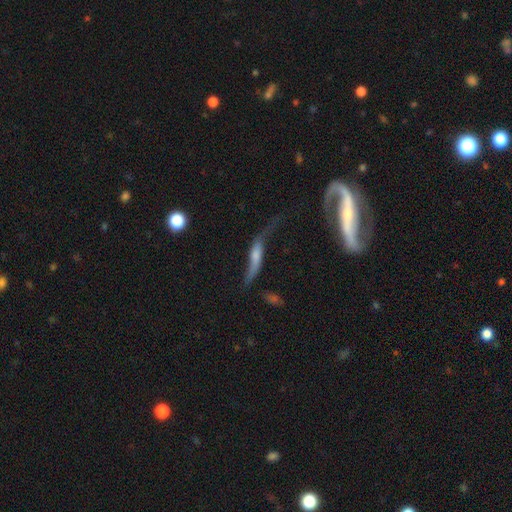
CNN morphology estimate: A featured or disk galaxy (59%).

Vote fractions:
- Smooth or featured? featured or disk: 59% / smooth: 32% / star or artifact: 9%
- Edge-on disk? no: 52% / yes: 48%
- Merging? none: 36% / major disturbance: 32% / minor disturbance: 23% / merger: 8%